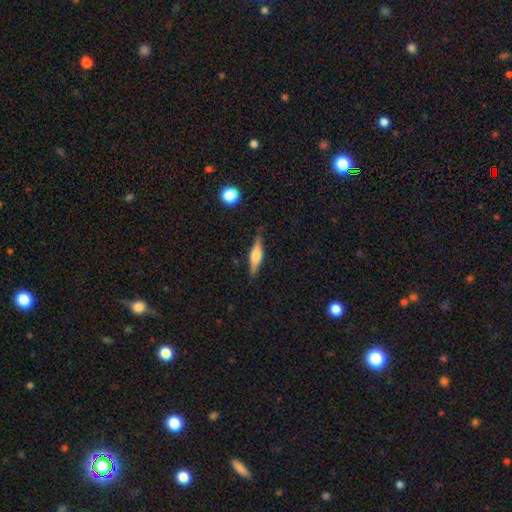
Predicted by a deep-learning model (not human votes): smooth-or-featured: featured or disk: 58% | smooth: 36% | star or artifact: 6%
  disk-edge-on: yes: 96% | no: 4%
    edge-on-bulge: rounded: 83% | boxy: 14% | none: 3%
  merging: none: 84% | minor disturbance: 12% | major disturbance: 3% | merger: 2%